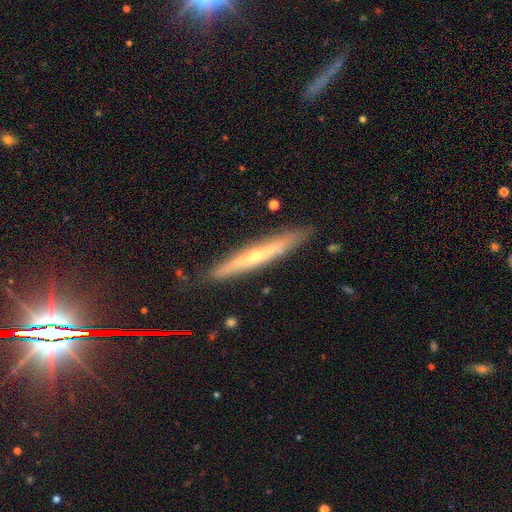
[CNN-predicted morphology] smooth_or_featured: featured or disk (p=0.67) [alt: smooth p=0.26]
disk_edge_on: yes (p=0.91) [alt: no p=0.09]
edge_on_bulge: rounded (p=0.74) [alt: none p=0.24]
merging: none (p=0.86) [alt: minor disturbance p=0.11]